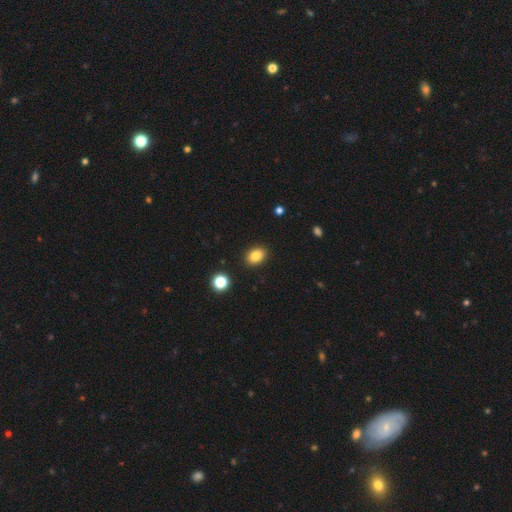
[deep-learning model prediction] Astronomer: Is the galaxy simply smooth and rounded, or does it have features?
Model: smooth — 84%.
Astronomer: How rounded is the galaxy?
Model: in between — 72%.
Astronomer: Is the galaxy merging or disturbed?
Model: none — 89%.